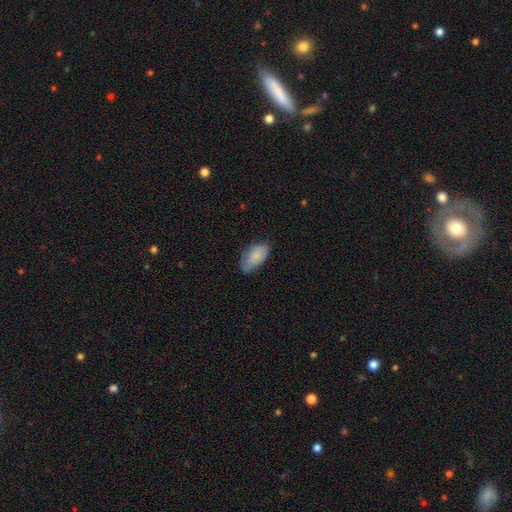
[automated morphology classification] smooth-or-featured: smooth: 82% | featured or disk: 12% | star or artifact: 6%
  how-rounded: in between: 93% | cigar-shaped: 4% | round: 3%
  merging: none: 63% | minor disturbance: 30% | major disturbance: 6% | merger: 1%